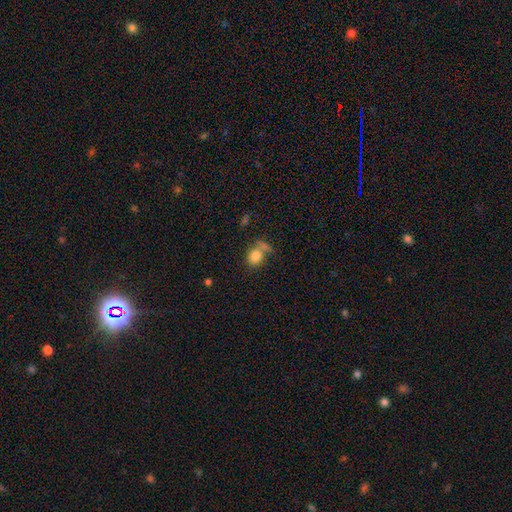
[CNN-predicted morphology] Smooth or featured? Predicted: smooth (p=0.82). How rounded? Predicted: round (p=0.55). Merging? Predicted: none (p=0.47).